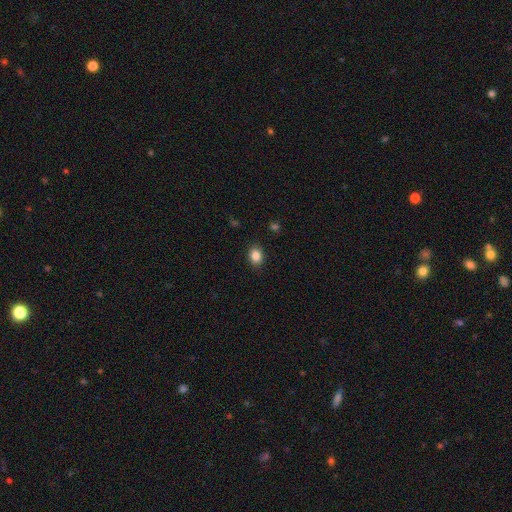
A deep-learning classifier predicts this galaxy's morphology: Smooth or featured? smooth (86%)
How rounded? in between (65%)
Merging? none (88%)